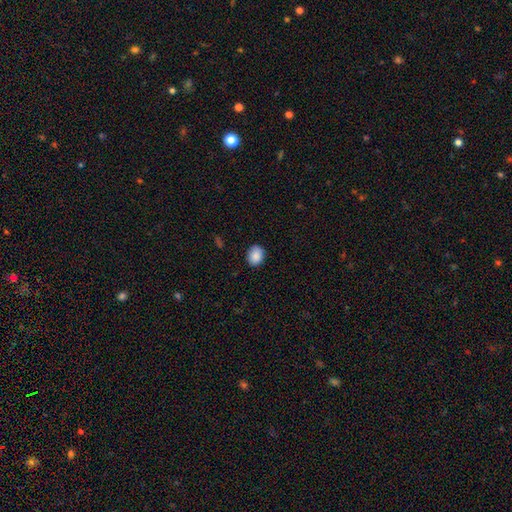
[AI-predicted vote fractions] Smooth or featured? Predicted: smooth (p=0.89). How rounded? Predicted: in between (p=0.52). Merging? Predicted: none (p=0.87).